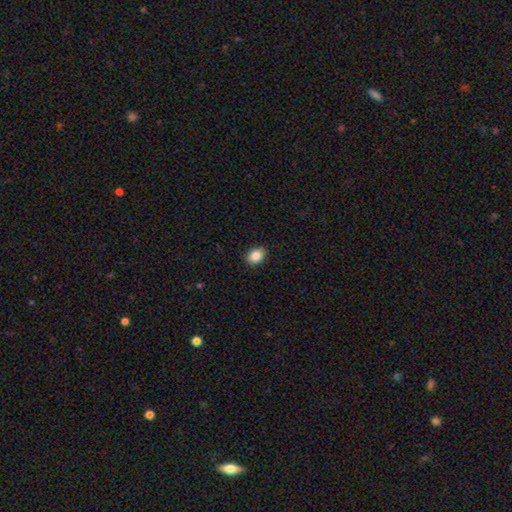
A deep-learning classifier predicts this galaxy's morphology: The model was most divided on "how rounded": in between: 70%, round: 29%, cigar-shaped: 1%. More confident: merging — none (89%); smooth or featured — smooth (87%).